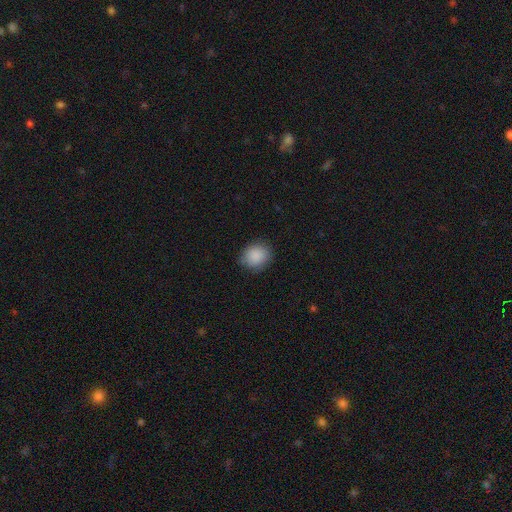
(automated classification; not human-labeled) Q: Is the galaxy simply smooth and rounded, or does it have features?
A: smooth — 89%.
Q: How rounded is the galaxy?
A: round — 78%.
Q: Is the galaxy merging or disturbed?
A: none — 85%.